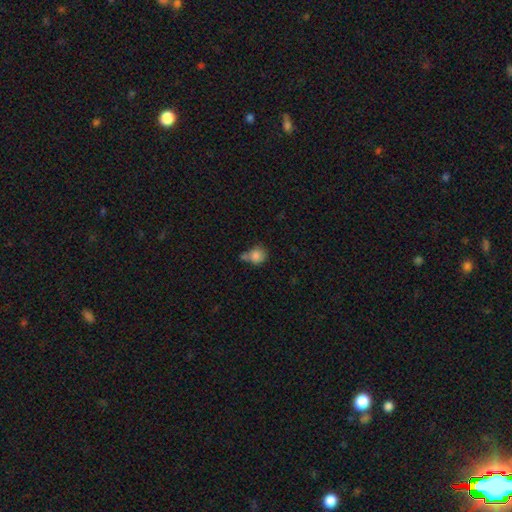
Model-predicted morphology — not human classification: This appears to be a smooth galaxy with no disk features (83%) that is round (78%). Merging: none (41%).